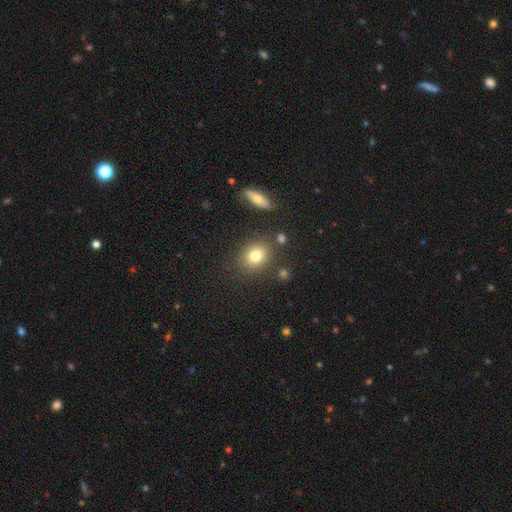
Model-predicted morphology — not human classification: Smooth or featured: smooth — 79% (star or artifact — 11%)
How rounded: round — 60% (in between — 39%)
Merging: none — 81% (minor disturbance — 10%)